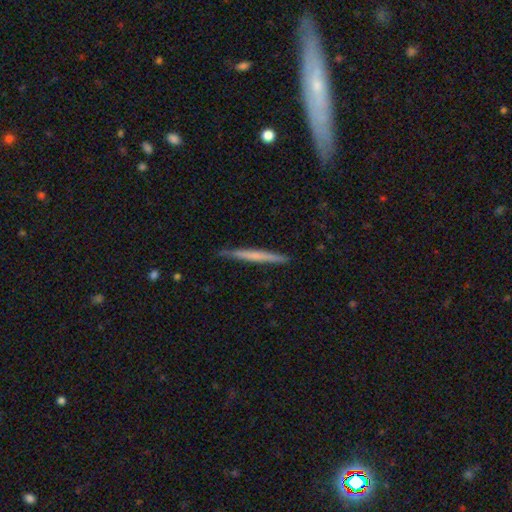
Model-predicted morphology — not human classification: This is possibly a smooth galaxy (53%). How rounded: clearly cigar-shaped (97%). Merging: clearly none (88%).